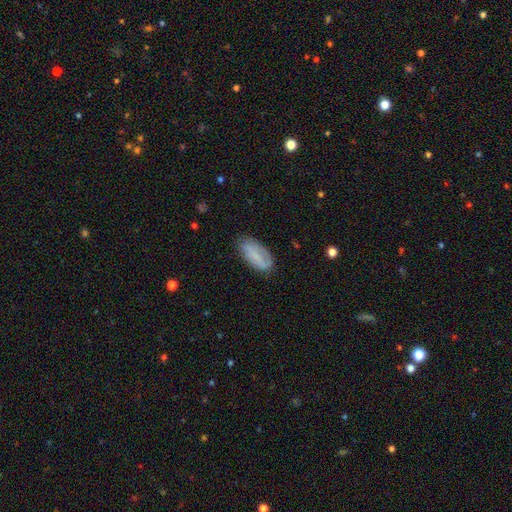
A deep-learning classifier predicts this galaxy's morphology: smooth_or_featured: smooth (p=0.65) [alt: featured or disk p=0.27]
how_rounded: in between (p=0.87) [alt: cigar-shaped p=0.10]
merging: none (p=0.71) [alt: minor disturbance p=0.22]